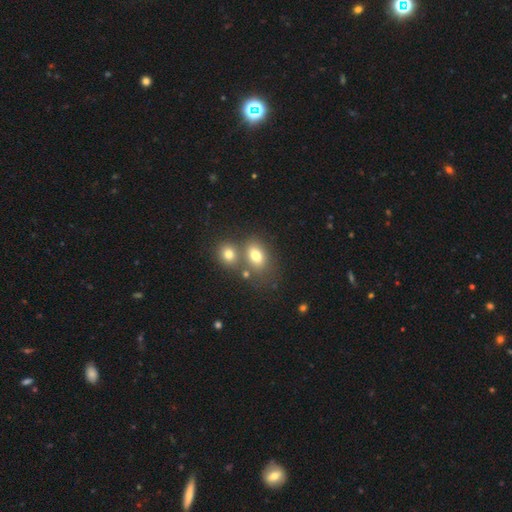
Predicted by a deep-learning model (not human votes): Smooth or featured?
  - smooth: 76% *
  - featured or disk: 12%
  - star or artifact: 11%
How rounded?
  - in between: 74% *
  - round: 25%
  - cigar-shaped: 2%
Merging?
  - none: 49% *
  - merger: 35%
  - minor disturbance: 11%
  - major disturbance: 5%